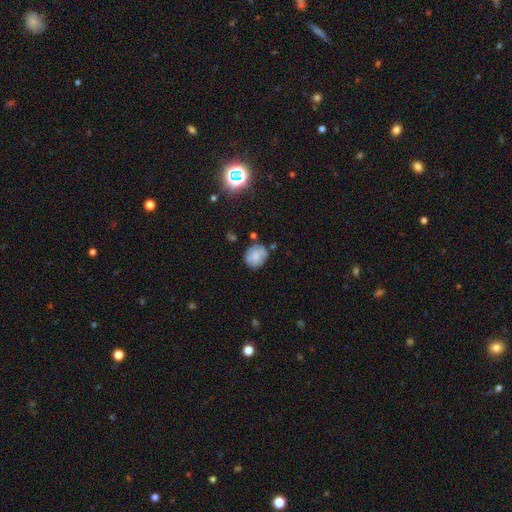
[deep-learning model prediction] smooth_or_featured: smooth (p=0.69) [alt: featured or disk p=0.21]
how_rounded: round (p=0.73) [alt: in between p=0.26]
merging: none (p=0.67) [alt: minor disturbance p=0.22]